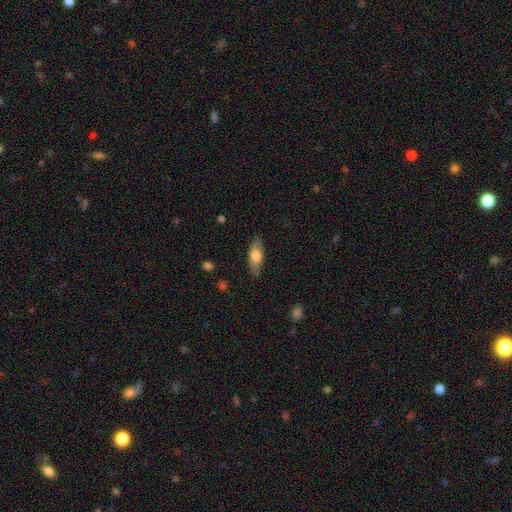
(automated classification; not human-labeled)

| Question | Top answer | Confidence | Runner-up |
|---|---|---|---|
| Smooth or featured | smooth | 66% | featured or disk (28%) |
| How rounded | in between | 69% | cigar-shaped (28%) |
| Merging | none | 84% | minor disturbance (12%) |